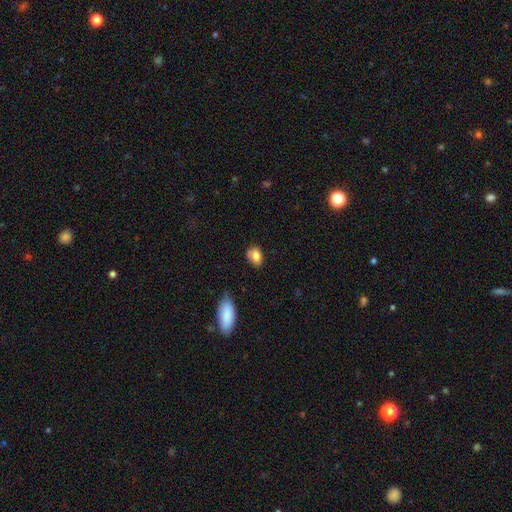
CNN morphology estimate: A smooth galaxy with no disk features (82%) that is in between round and cigar-shaped (71%). Merging: none (60%).